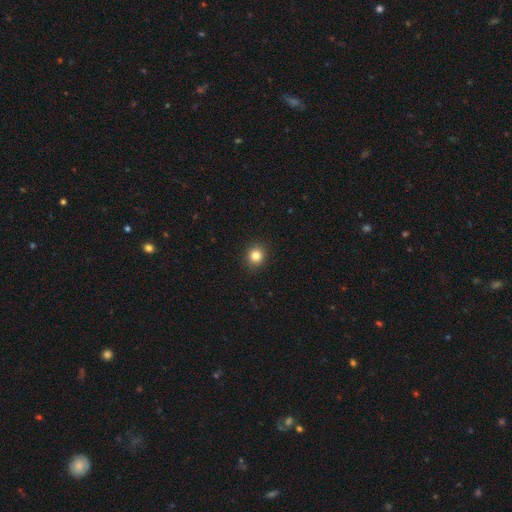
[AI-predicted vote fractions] smooth_or_featured: smooth (p=0.83) [alt: star or artifact p=0.12]
how_rounded: round (p=0.90) [alt: in between p=0.09]
merging: none (p=0.92) [alt: minor disturbance p=0.05]